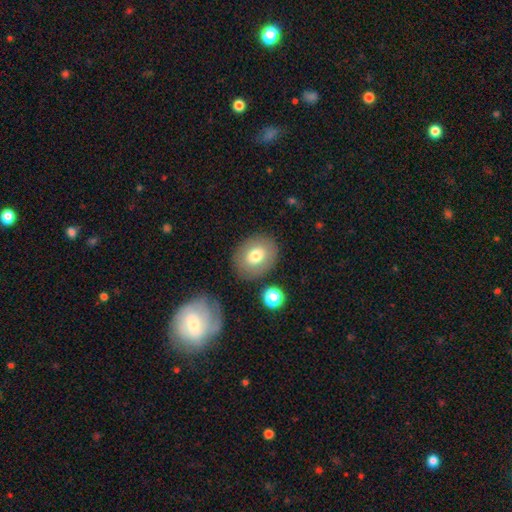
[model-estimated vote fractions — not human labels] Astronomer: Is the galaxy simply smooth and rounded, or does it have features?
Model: smooth — 74%.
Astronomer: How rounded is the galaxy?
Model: in between — 52% (runner-up: round, 47%).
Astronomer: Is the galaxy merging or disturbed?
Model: none — 81%.